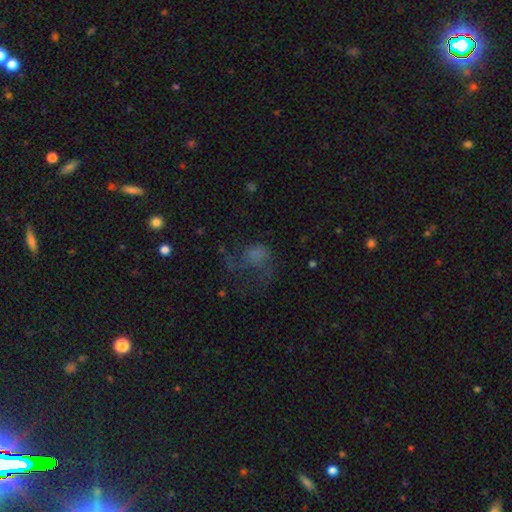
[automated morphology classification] Smooth or featured?
  - smooth: 49% *
  - featured or disk: 30%
  - star or artifact: 21%
Merging?
  - major disturbance: 45% *
  - none: 34%
  - minor disturbance: 17%
  - merger: 4%